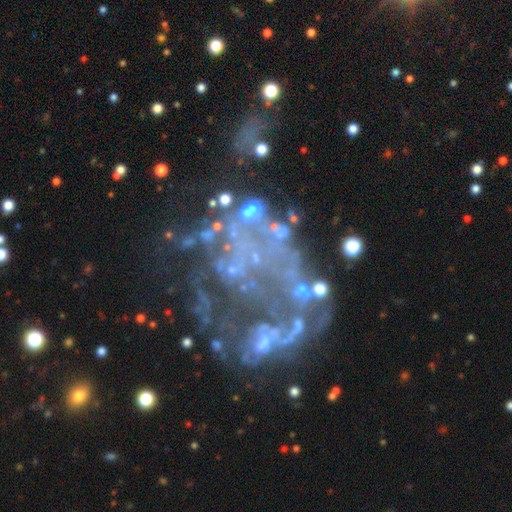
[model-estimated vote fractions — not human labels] Smooth or featured?
  - featured or disk: 52% *
  - star or artifact: 36%
  - smooth: 12%
Edge-on disk?
  - no: 96% *
  - yes: 4%
Merging?
  - none: 37% *
  - major disturbance: 35%
  - minor disturbance: 15%
  - merger: 13%